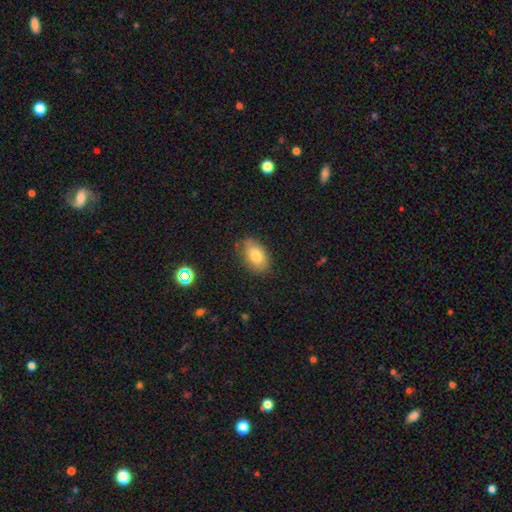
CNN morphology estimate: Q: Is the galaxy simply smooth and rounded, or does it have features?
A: smooth — 78%.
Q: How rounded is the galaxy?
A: in between — 91%.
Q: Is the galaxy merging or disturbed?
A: none — 75%.